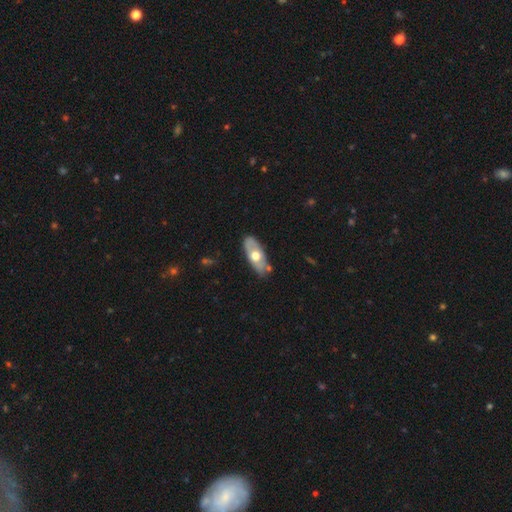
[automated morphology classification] smooth-or-featured: featured or disk: 48% | smooth: 47% | star or artifact: 5%
  merging: none: 76% | minor disturbance: 17% | merger: 4% | major disturbance: 3%